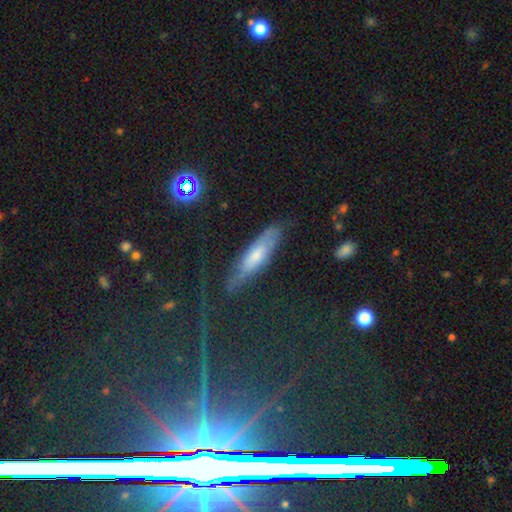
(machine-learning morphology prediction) Smooth or featured?
  - smooth: 46% *
  - featured or disk: 42%
  - star or artifact: 12%
Merging?
  - none: 69% *
  - minor disturbance: 21%
  - major disturbance: 8%
  - merger: 2%